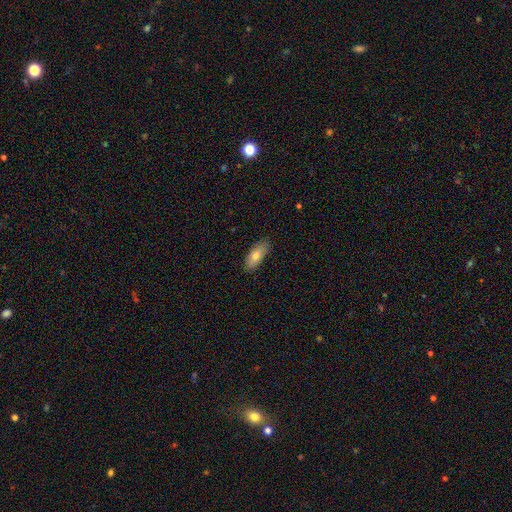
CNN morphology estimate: The model was most divided on "smooth or featured": smooth: 76%, featured or disk: 17%, star or artifact: 7%. More confident: merging — none (85%); how rounded — in between (81%).